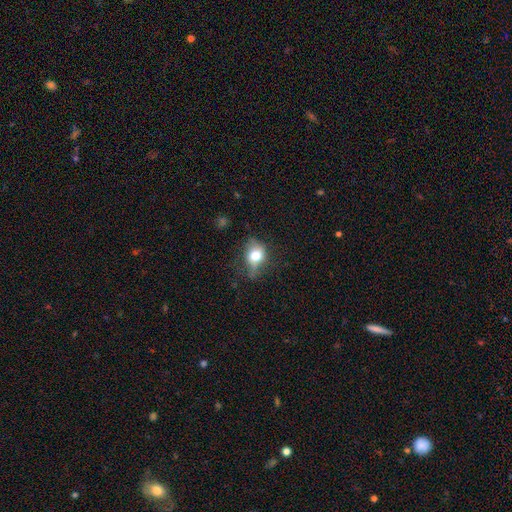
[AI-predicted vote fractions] smooth-or-featured: smooth: 68% | featured or disk: 21% | star or artifact: 11%
  how-rounded: in between: 51% | round: 47% | cigar-shaped: 2%
  merging: none: 49% | minor disturbance: 31% | major disturbance: 18% | merger: 3%